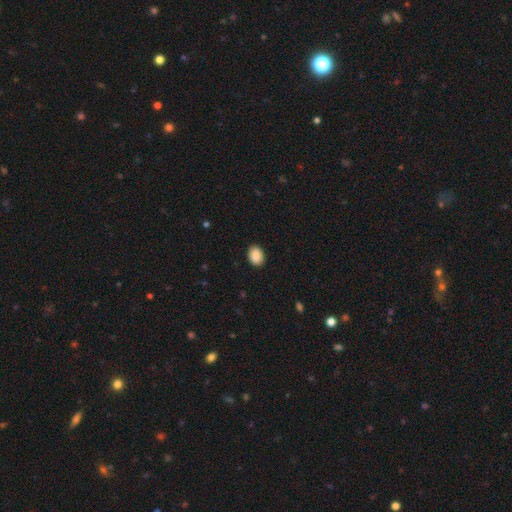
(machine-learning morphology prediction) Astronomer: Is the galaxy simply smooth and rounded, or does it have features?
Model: smooth — 89%.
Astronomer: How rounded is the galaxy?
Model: in between — 73%.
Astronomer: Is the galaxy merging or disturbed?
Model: none — 87%.